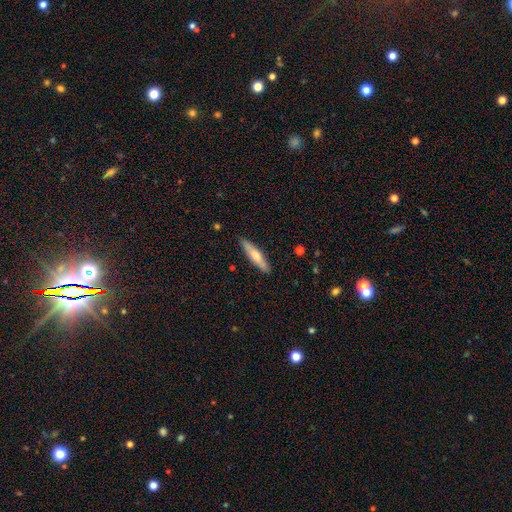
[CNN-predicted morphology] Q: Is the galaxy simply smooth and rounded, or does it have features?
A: smooth — 61%.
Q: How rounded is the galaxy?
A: cigar-shaped — 82%.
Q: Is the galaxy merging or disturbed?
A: none — 88%.